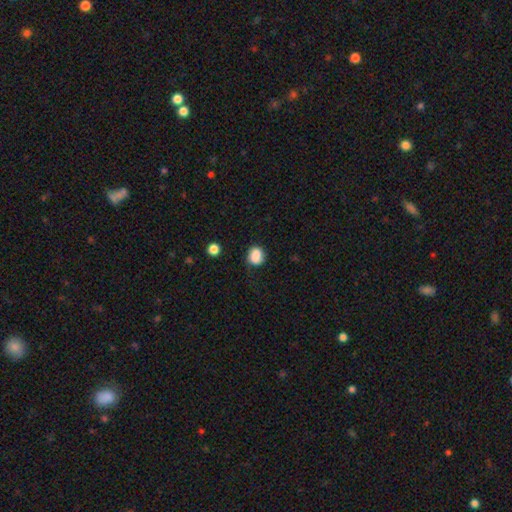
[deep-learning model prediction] Overall: smooth (84%). How rounded: round (60%; in between 39%). Merging: none (68%).